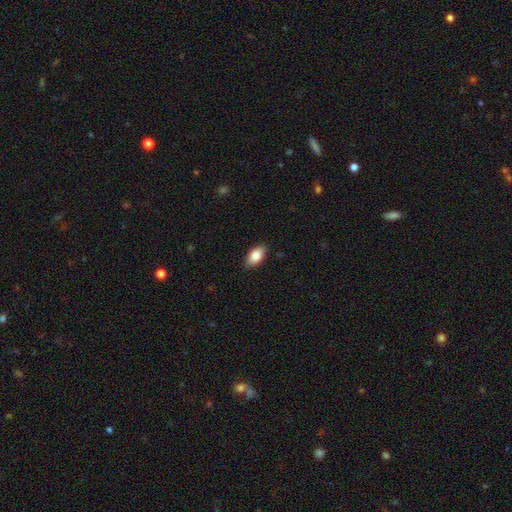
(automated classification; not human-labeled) Smooth or featured: smooth — 83% (featured or disk — 10%)
How rounded: in between — 92% (cigar-shaped — 4%)
Merging: none — 88% (minor disturbance — 9%)